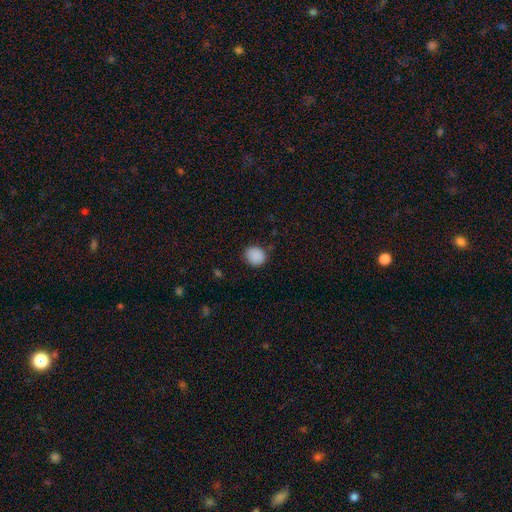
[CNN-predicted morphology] A smooth galaxy with no disk features (88%) that is round (70%).

Vote fractions:
- Smooth or featured? smooth: 88% / star or artifact: 9% / featured or disk: 3%
- How rounded? round: 70% / in between: 29% / cigar-shaped: 1%
- Merging? none: 80% / minor disturbance: 15% / major disturbance: 3% / merger: 1%